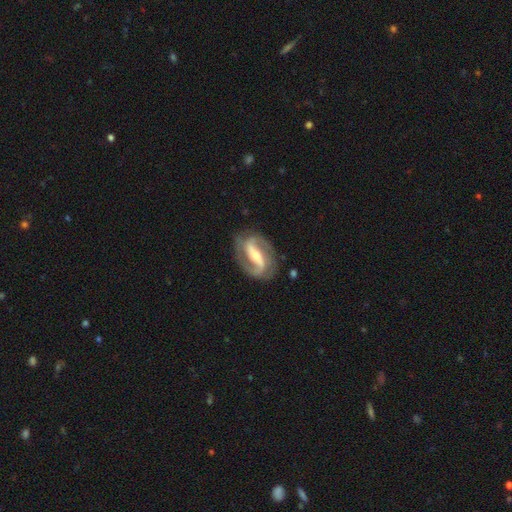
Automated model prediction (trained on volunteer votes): This is clearly a featured or disk galaxy (89%). It is clearly not viewed edge-on (96%). Bar: likely strong (65%). Spiral arm pattern: clearly yes (96%). Spiral arm count: clearly 2 (91%). Spiral winding: possibly medium (50%). Central bulge: possibly moderate (54%). Merging: clearly none (82%).